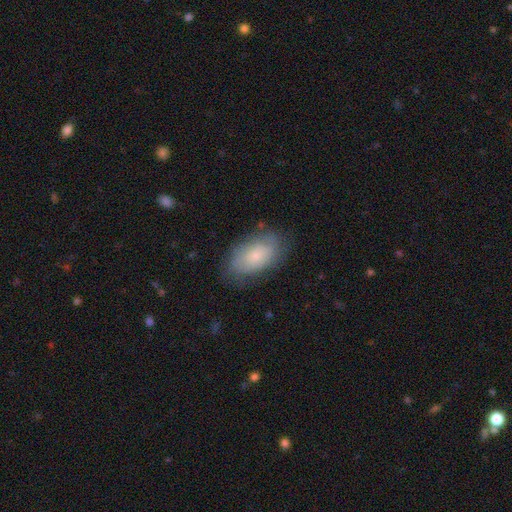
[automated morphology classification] Q: Smooth or featured?
A: smooth (67%); runner-up: featured or disk (26%)
Q: How rounded?
A: in between (92%); runner-up: round (6%)
Q: Merging?
A: none (71%); runner-up: minor disturbance (21%)